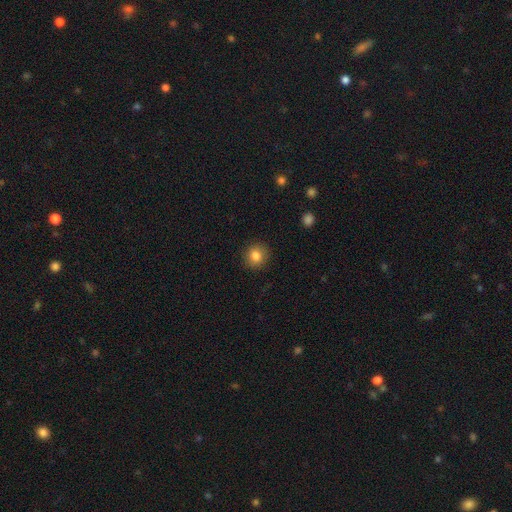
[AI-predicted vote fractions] Q: Smooth or featured?
A: smooth (84%); runner-up: star or artifact (10%)
Q: How rounded?
A: round (84%); runner-up: in between (15%)
Q: Merging?
A: none (90%); runner-up: minor disturbance (7%)